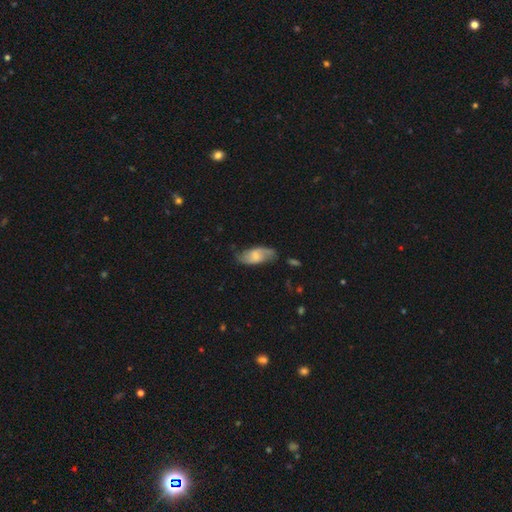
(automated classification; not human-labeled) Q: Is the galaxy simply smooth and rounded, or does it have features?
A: featured or disk — 59%.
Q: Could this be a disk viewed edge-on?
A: no — 92%.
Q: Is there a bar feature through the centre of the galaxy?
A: no — 46%.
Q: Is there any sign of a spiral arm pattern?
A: yes — 89%.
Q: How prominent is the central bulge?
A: small — 50%.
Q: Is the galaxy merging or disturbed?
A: none — 67%.